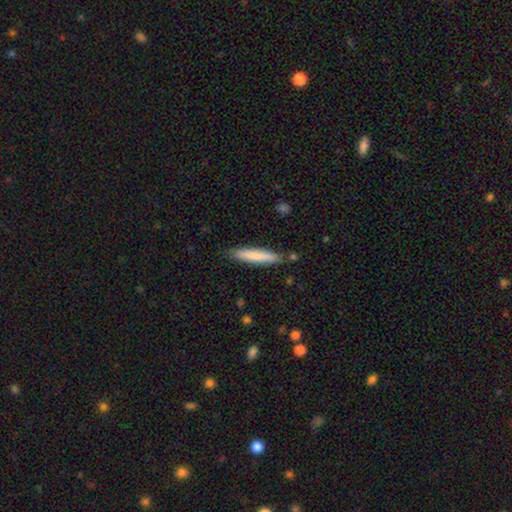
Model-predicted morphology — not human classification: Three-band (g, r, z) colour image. It shows a smooth galaxy with no disk features (78%) that is cigar-shaped (92%). Merging: none (86%).